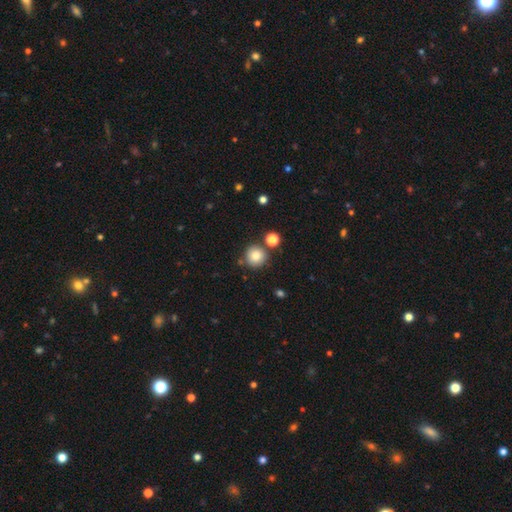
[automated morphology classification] A smooth galaxy with no disk features (83%) that is round (93%). Merging: none (80%).